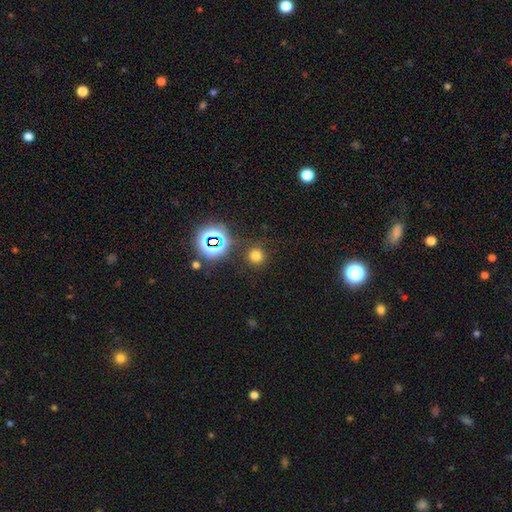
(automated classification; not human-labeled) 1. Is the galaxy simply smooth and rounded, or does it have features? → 69% smooth, 25% star or artifact, 6% featured or disk.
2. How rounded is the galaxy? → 94% round, 5% in between, 1% cigar-shaped.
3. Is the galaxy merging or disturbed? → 87% none, 7% minor disturbance, 3% major disturbance, 3% merger.